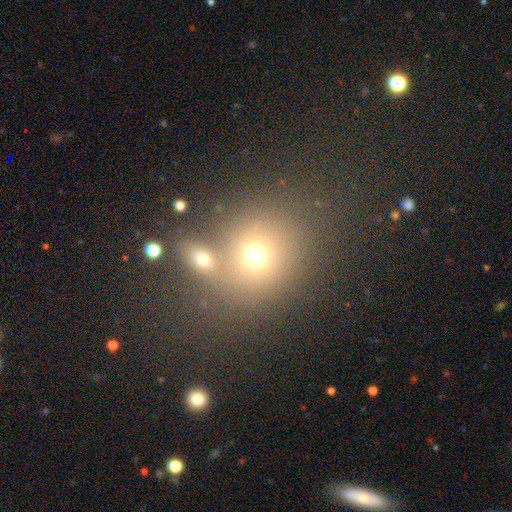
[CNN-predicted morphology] The model was most divided on "merging": none: 54%, merger: 29%, minor disturbance: 10%, major disturbance: 6%. More confident: how rounded — round (74%); smooth or featured — smooth (65%).